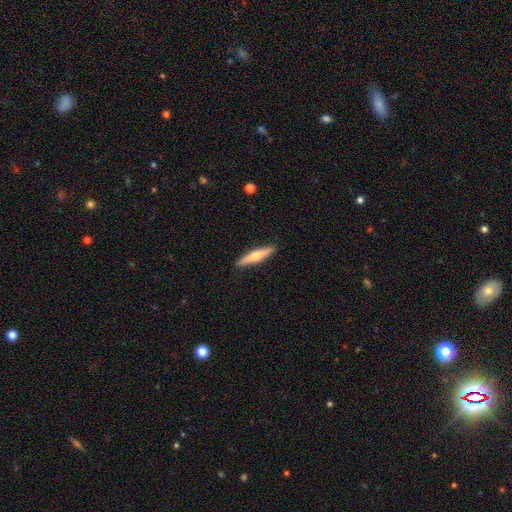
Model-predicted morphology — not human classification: smooth-or-featured: smooth: 59% | featured or disk: 36% | star or artifact: 5%
  how-rounded: cigar-shaped: 88% | in between: 11% | round: 1%
  merging: none: 91% | minor disturbance: 7% | major disturbance: 1% | merger: 1%